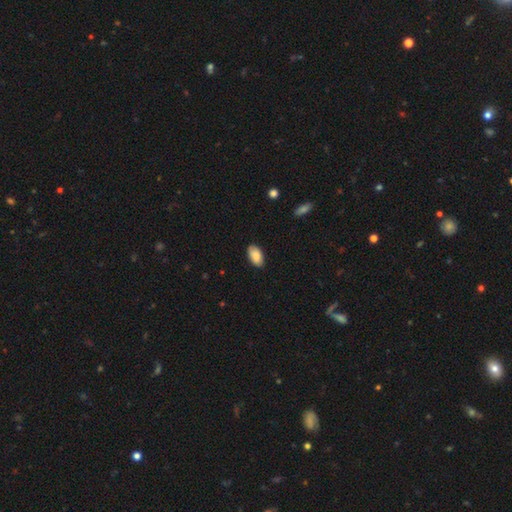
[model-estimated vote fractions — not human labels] smooth_or_featured: smooth (p=0.88) [alt: star or artifact p=0.06]
how_rounded: in between (p=0.95) [alt: round p=0.03]
merging: none (p=0.86) [alt: minor disturbance p=0.11]